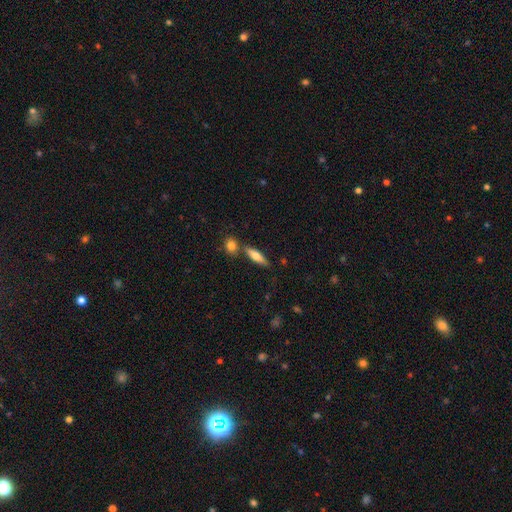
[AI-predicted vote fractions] smooth 62%, featured or disk 32%, star or artifact 6%. Down the decision tree: how rounded — cigar-shaped (61%); merging — none (73%).